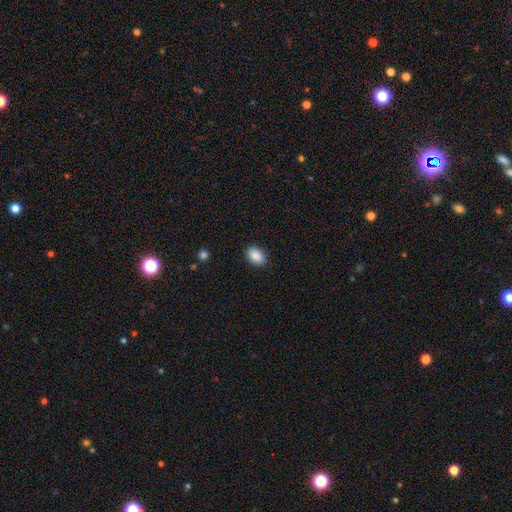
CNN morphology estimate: A smooth galaxy with no disk features (89%) that is in between round and cigar-shaped (87%). Merging: none (88%).